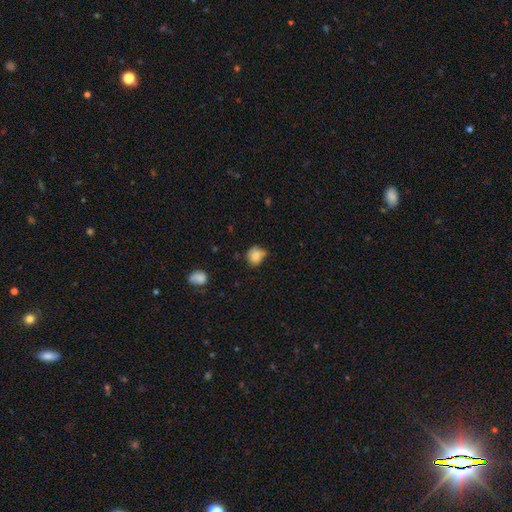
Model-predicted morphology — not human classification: A smooth galaxy with no disk features (82%) that is round (69%). Merging: none (48%).